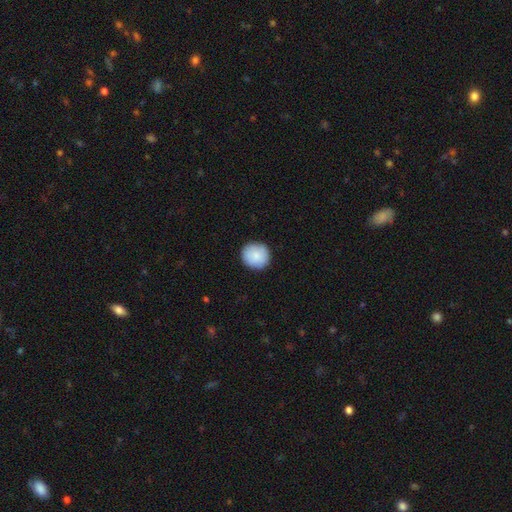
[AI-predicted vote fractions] Smooth or featured: smooth — 86% (featured or disk — 7%)
How rounded: round — 92% (in between — 7%)
Merging: none — 89% (minor disturbance — 8%)